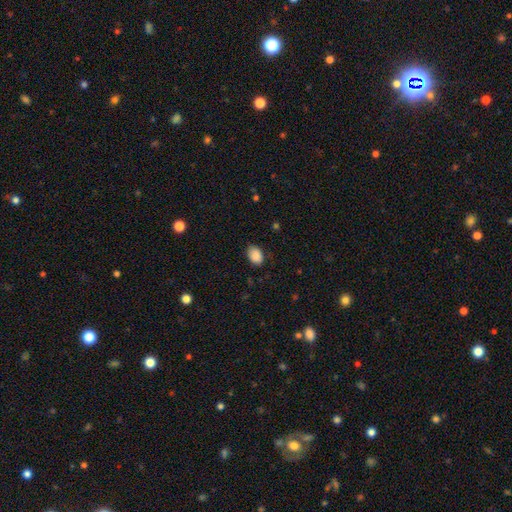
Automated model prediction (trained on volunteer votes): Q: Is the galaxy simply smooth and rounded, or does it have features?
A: smooth — 88%.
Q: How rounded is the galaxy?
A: in between — 80%.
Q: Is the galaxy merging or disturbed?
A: none — 77%.